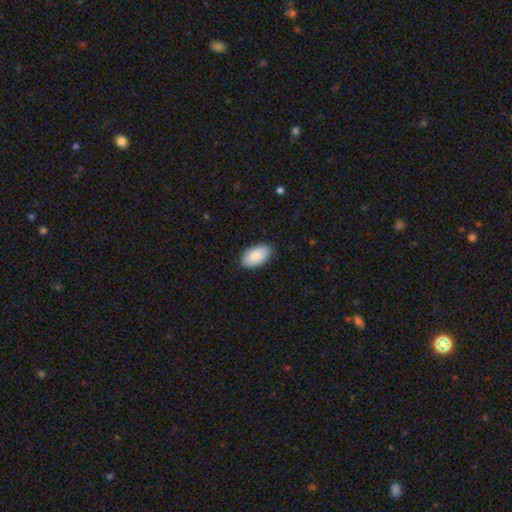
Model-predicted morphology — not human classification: smooth 87%, featured or disk 8%, star or artifact 6%. Down the decision tree: how rounded — in between (95%); merging — none (85%).